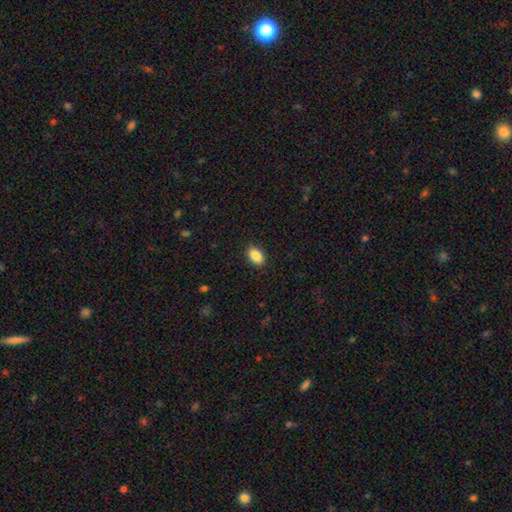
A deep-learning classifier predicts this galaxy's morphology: Smooth or featured? smooth (88%)
How rounded? in between (89%)
Merging? none (90%)